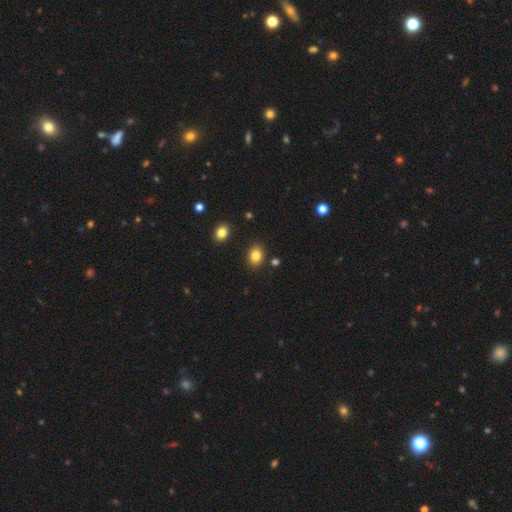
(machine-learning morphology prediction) type=smooth (84%); roundness=in between (66%); merging=none (86%).